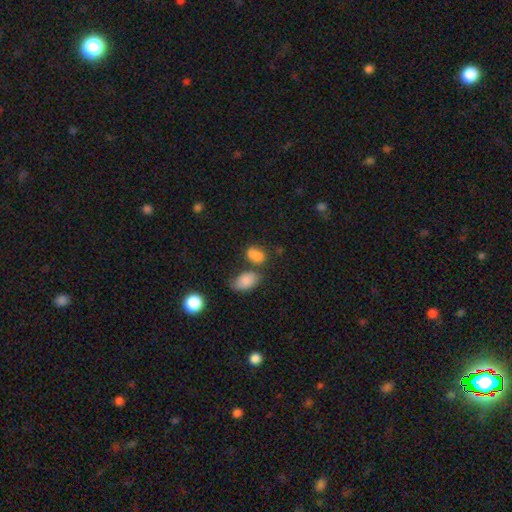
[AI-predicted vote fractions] This appears to be a smooth galaxy with no disk features (80%) that is in between round and cigar-shaped (77%). Merging: none (41%).